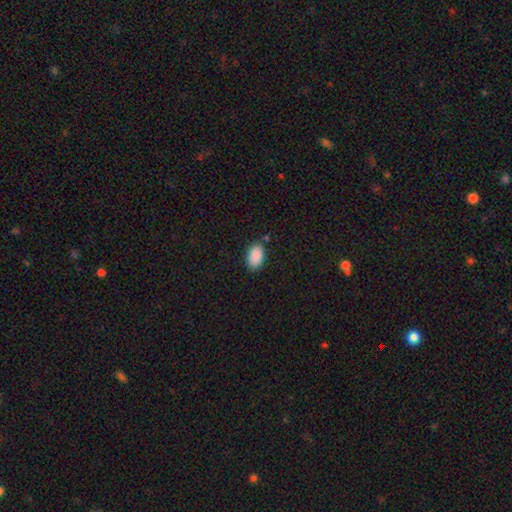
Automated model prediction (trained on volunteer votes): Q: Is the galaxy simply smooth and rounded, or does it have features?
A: smooth — 90%.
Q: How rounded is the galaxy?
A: in between — 93%.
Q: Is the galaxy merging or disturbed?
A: none — 79%.